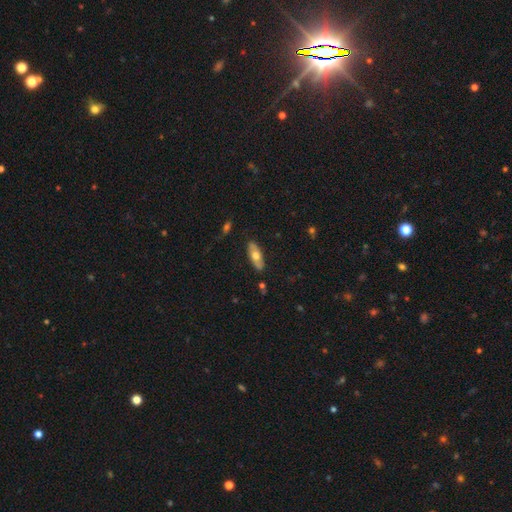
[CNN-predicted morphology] Overall: smooth (56%; featured or disk 38%). How rounded: in between (73%). Merging: none (83%).